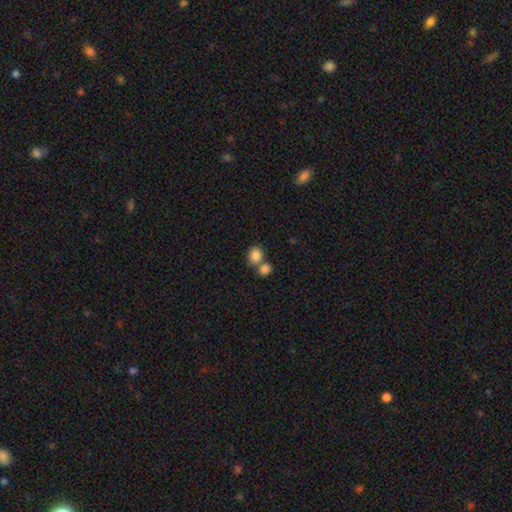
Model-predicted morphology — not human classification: Overall: smooth (85%). How rounded: round (55%; in between 44%). Merging: merger (45%; none 44%).